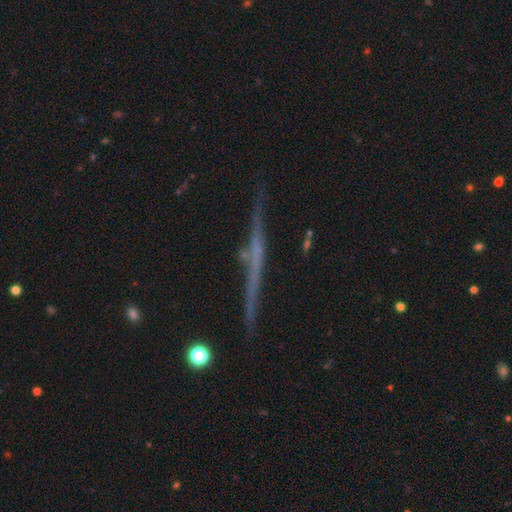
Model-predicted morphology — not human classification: Smooth or featured: featured or disk — 68% (smooth — 24%)
Edge-on disk: yes — 96% (no — 4%)
Edge-on bulge: none — 83% (rounded — 10%)
Merging: none — 82% (minor disturbance — 12%)